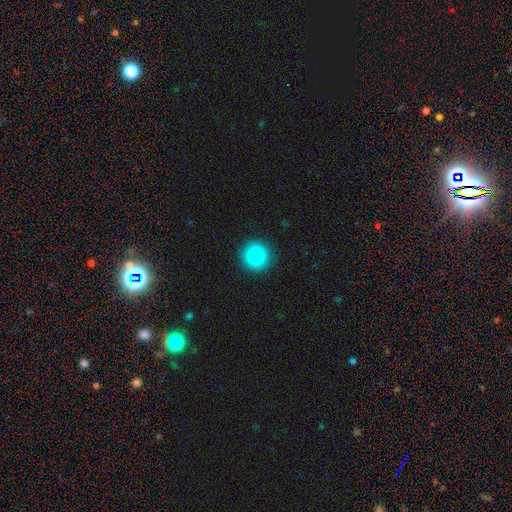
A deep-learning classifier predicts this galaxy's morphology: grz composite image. It shows a smooth galaxy with no disk features (88%) that is round (94%). Merging: none (91%).